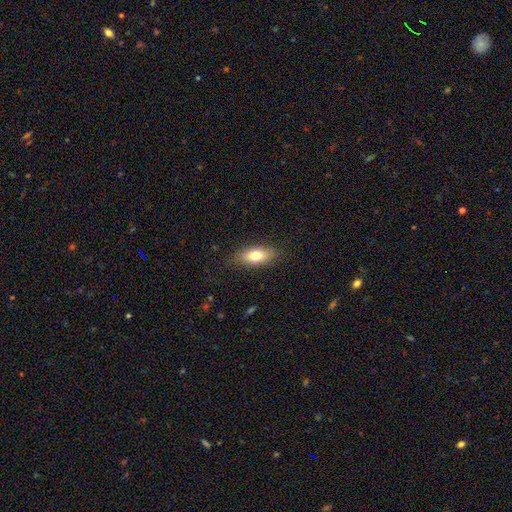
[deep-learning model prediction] The model was most divided on "smooth or featured": smooth: 75%, featured or disk: 18%, star or artifact: 7%. More confident: merging — none (84%); how rounded — in between (81%).